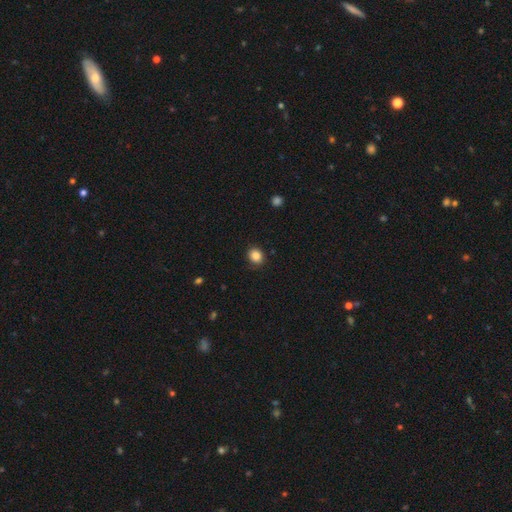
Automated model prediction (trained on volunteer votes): smooth 86%, star or artifact 10%, featured or disk 4%. Down the decision tree: how rounded — round (71%); merging — none (88%).